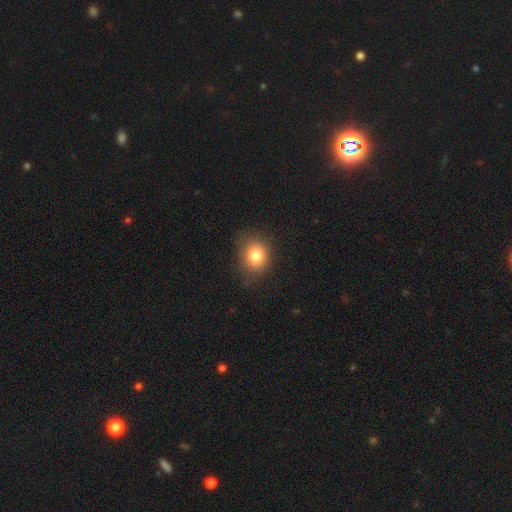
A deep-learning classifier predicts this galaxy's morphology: Smooth or featured? smooth (80%)
How rounded? round (66%)
Merging? none (75%)